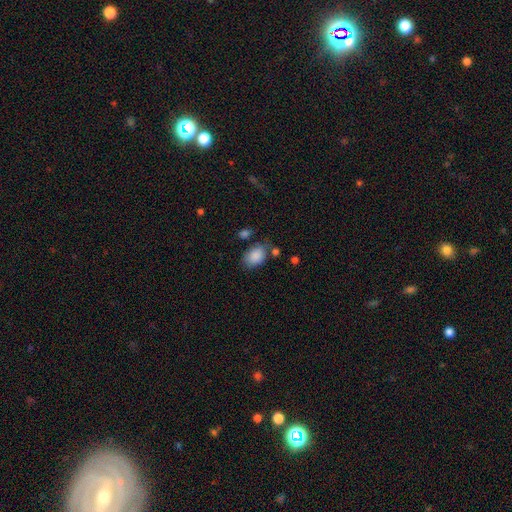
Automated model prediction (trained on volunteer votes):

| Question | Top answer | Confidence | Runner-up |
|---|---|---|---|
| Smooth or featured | smooth | 88% | star or artifact (7%) |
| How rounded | in between | 81% | round (18%) |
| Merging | none | 67% | minor disturbance (21%) |